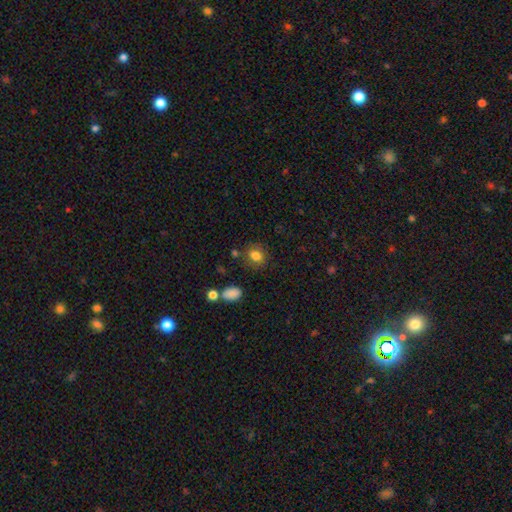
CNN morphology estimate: type=smooth (81%); roundness=round (54%); merging=none (77%).